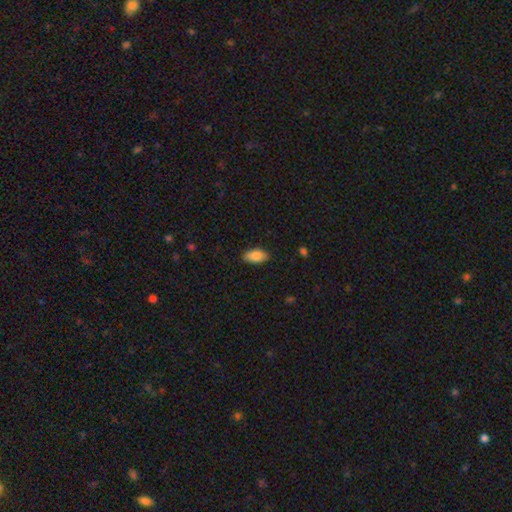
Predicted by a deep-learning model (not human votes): This is clearly a smooth galaxy (83%). How rounded: clearly in between (93%). Merging: clearly none (85%).